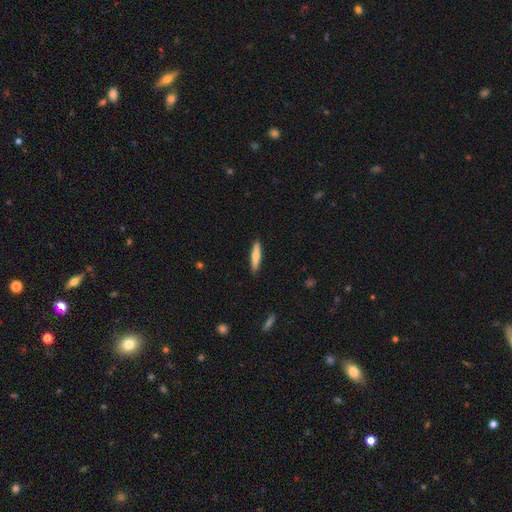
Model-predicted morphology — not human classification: A smooth galaxy with no disk features (70%) that is cigar-shaped (87%).

Vote fractions:
- Smooth or featured? smooth: 70% / featured or disk: 25% / star or artifact: 5%
- How rounded? cigar-shaped: 87% / in between: 12% / round: 1%
- Merging? none: 90% / minor disturbance: 7% / major disturbance: 2% / merger: 1%